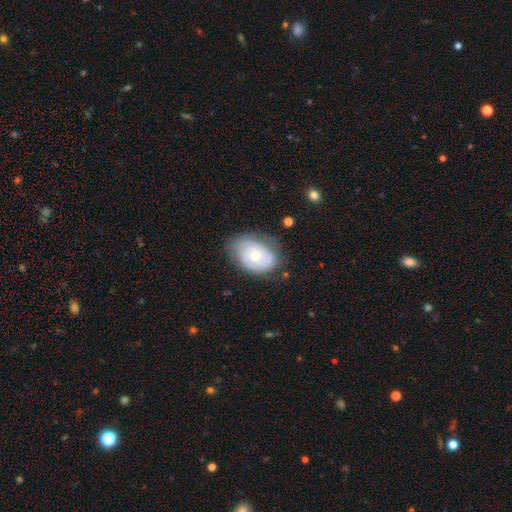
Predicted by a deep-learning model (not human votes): smooth_or_featured: featured or disk (p=0.64) [alt: smooth p=0.30]
disk_edge_on: no (p=0.96) [alt: yes p=0.04]
bar: no (p=0.80) [alt: weak p=0.17]
has_spiral_arms: yes (p=0.77) [alt: no p=0.23]
bulge_size: small (p=0.49) [alt: moderate p=0.47]
merging: none (p=0.64) [alt: minor disturbance p=0.26]